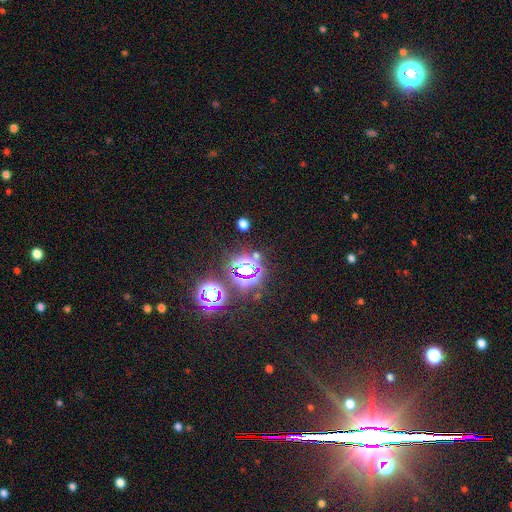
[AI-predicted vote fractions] smooth_or_featured: star or artifact (p=0.82) [alt: smooth p=0.11]